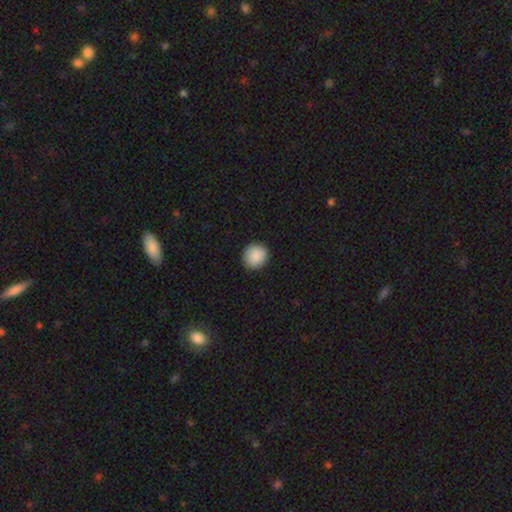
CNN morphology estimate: smooth_or_featured: smooth (p=0.89) [alt: star or artifact p=0.07]
how_rounded: round (p=0.91) [alt: in between p=0.08]
merging: none (p=0.91) [alt: minor disturbance p=0.06]